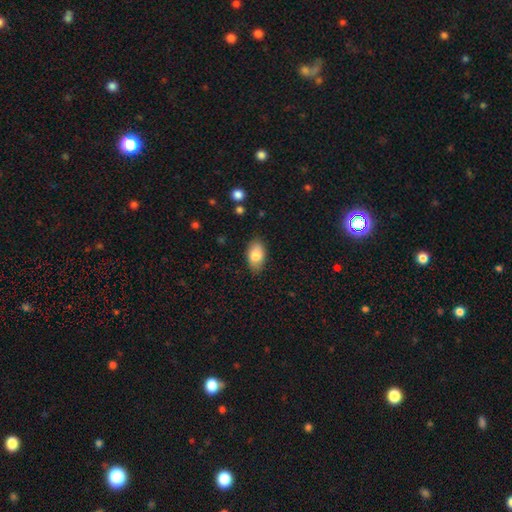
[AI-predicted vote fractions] smooth-or-featured: smooth: 83% | featured or disk: 10% | star or artifact: 7%
  how-rounded: in between: 91% | round: 7% | cigar-shaped: 2%
  merging: none: 84% | minor disturbance: 13% | major disturbance: 3% | merger: 1%